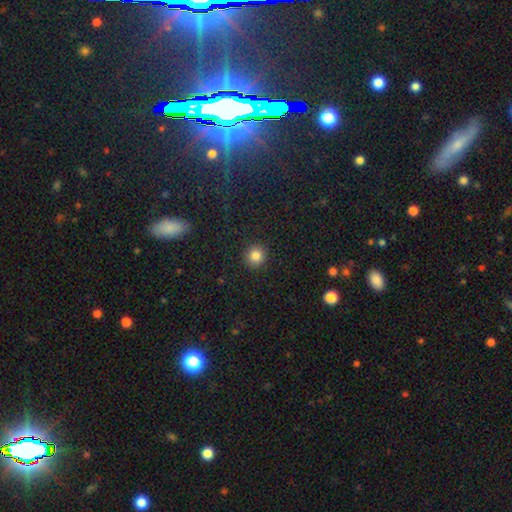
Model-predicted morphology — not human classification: The model was most divided on "smooth or featured": smooth: 84%, star or artifact: 11%, featured or disk: 5%. More confident: merging — none (91%); how rounded — round (90%).